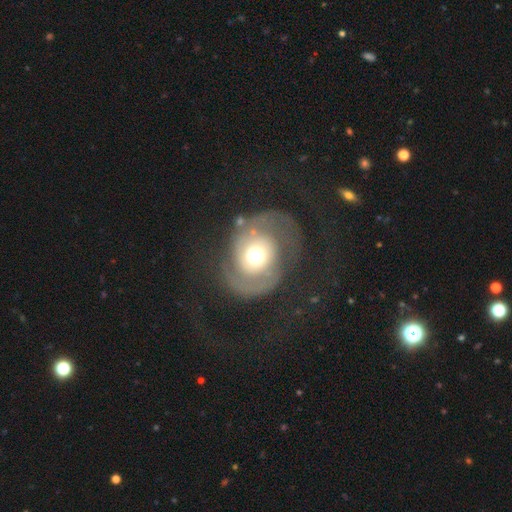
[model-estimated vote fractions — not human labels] Smooth or featured? Predicted: featured or disk (p=0.77). Edge-on disk? Predicted: no (p=0.97). Bar? Predicted: no (p=0.79). Spiral arms? Predicted: yes (p=0.87). Spiral winding? Predicted: medium (p=0.45). Spiral arm count? Predicted: 2 (p=0.83). Bulge size? Predicted: moderate (p=0.57). Merging? Predicted: none (p=0.59).